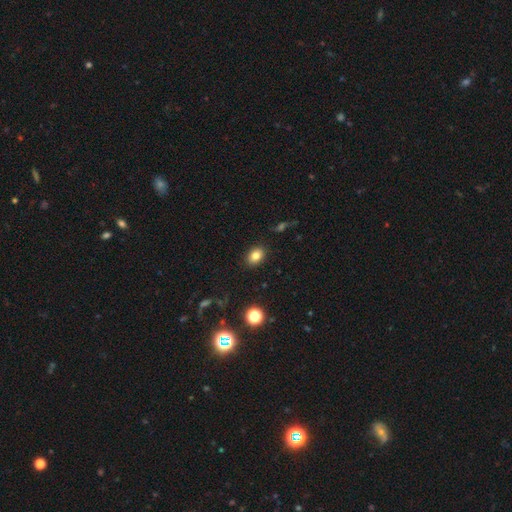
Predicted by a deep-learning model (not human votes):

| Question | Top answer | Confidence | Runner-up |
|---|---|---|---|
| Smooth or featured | smooth | 82% | star or artifact (11%) |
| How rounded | in between | 74% | round (25%) |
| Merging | none | 88% | minor disturbance (8%) |